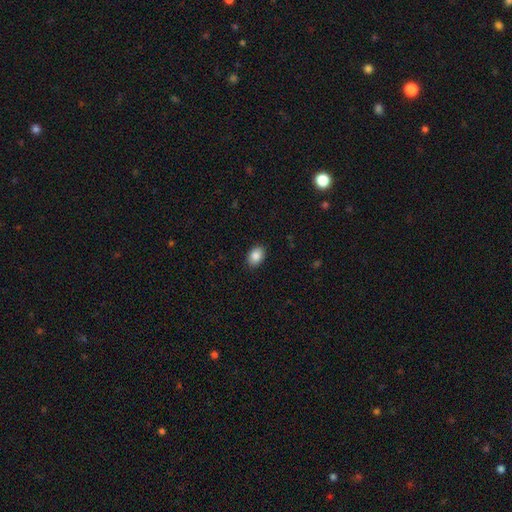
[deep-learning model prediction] smooth-or-featured: smooth: 88% | star or artifact: 8% | featured or disk: 5%
  how-rounded: in between: 80% | round: 19% | cigar-shaped: 1%
  merging: none: 89% | minor disturbance: 8% | major disturbance: 2% | merger: 1%